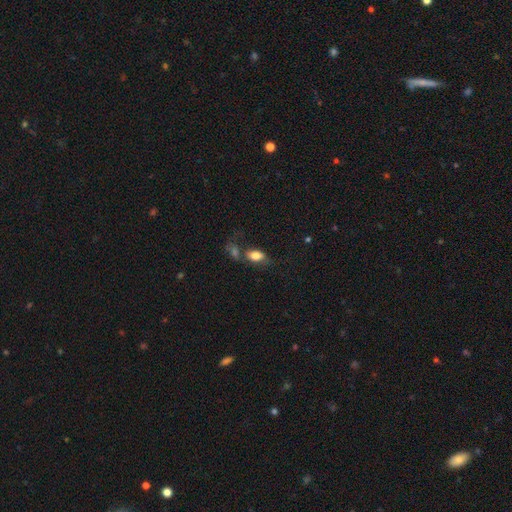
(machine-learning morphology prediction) Overall: smooth (77%). How rounded: in between (87%). Merging: none (46%; merger 26%).